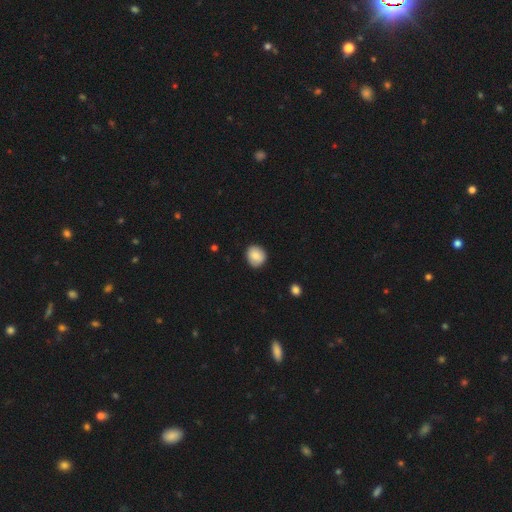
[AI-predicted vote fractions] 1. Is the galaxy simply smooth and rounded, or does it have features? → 86% smooth, 8% star or artifact, 7% featured or disk.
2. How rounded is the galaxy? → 77% round, 22% in between, 1% cigar-shaped.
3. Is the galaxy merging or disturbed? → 87% none, 10% minor disturbance, 2% major disturbance, 1% merger.